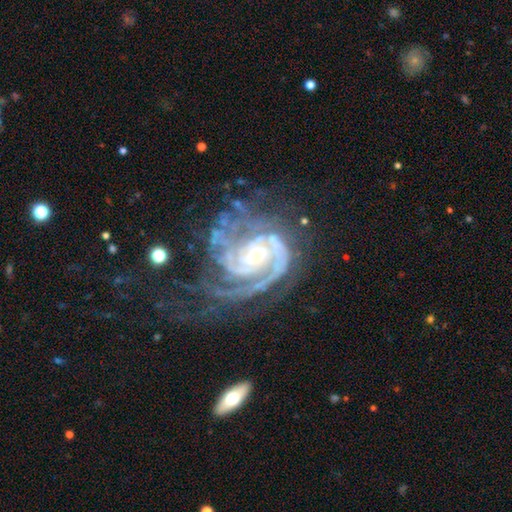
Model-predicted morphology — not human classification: This appears to be a featured or disk galaxy (91%) with no bar (51%), 2 (39%) tight (66%) spiral arms (98%) and a small central bulge (57%). Merging: none (53%).